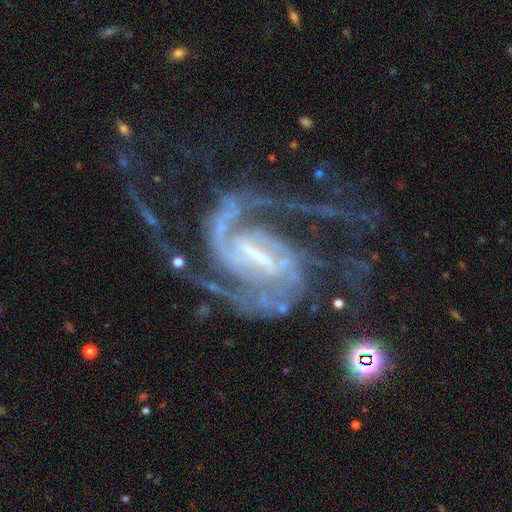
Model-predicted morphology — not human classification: Q: Smooth or featured?
A: featured or disk (92%); runner-up: star or artifact (5%)
Q: Edge-on disk?
A: no (98%); runner-up: yes (2%)
Q: Bar?
A: strong (54%); runner-up: weak (37%)
Q: Spiral arms?
A: yes (98%); runner-up: no (2%)
Q: Spiral winding?
A: medium (53%); runner-up: loose (23%)
Q: Spiral arm count?
A: 2 (66%); runner-up: 3 (11%)
Q: Bulge size?
A: small (47%); runner-up: moderate (27%)
Q: Merging?
A: none (44%); runner-up: major disturbance (36%)